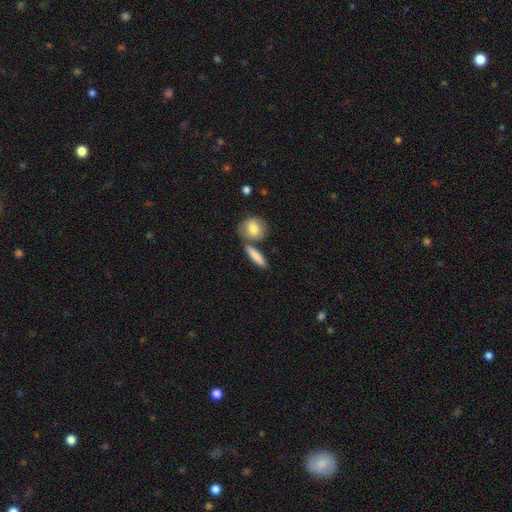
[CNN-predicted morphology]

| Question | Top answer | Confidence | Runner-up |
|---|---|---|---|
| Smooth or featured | smooth | 82% | featured or disk (13%) |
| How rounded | cigar-shaped | 56% | in between (35%) |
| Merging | none | 67% | merger (18%) |